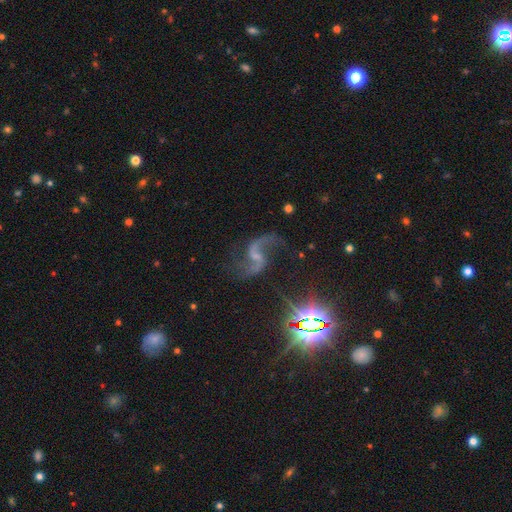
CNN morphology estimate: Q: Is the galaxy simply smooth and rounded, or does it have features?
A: featured or disk — 84%.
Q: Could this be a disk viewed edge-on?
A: no — 97%.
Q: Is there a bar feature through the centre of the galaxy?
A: weak — 45%.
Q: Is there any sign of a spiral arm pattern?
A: yes — 97%.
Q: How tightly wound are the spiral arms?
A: loose — 83%.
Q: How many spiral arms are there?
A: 2 — 93%.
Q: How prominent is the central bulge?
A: small — 46%.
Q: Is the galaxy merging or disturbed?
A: none — 71%.